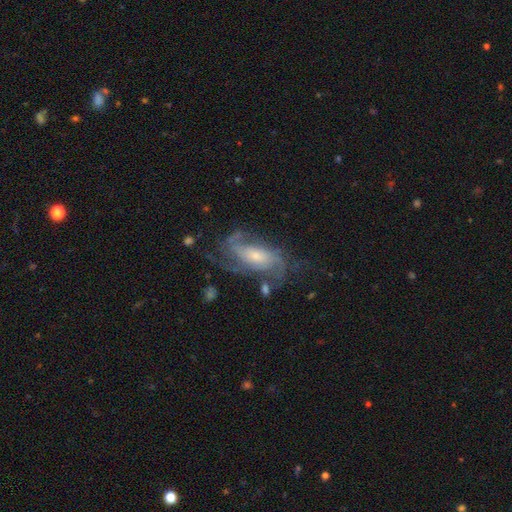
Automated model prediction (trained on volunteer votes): Q: Smooth or featured?
A: featured or disk (84%); runner-up: smooth (9%)
Q: Edge-on disk?
A: no (94%); runner-up: yes (6%)
Q: Bar?
A: no (54%); runner-up: weak (34%)
Q: Spiral arms?
A: yes (94%); runner-up: no (6%)
Q: Spiral winding?
A: medium (46%); runner-up: tight (34%)
Q: Spiral arm count?
A: 2 (35%); runner-up: 3 (24%)
Q: Bulge size?
A: small (52%); runner-up: moderate (37%)
Q: Merging?
A: none (60%); runner-up: minor disturbance (19%)